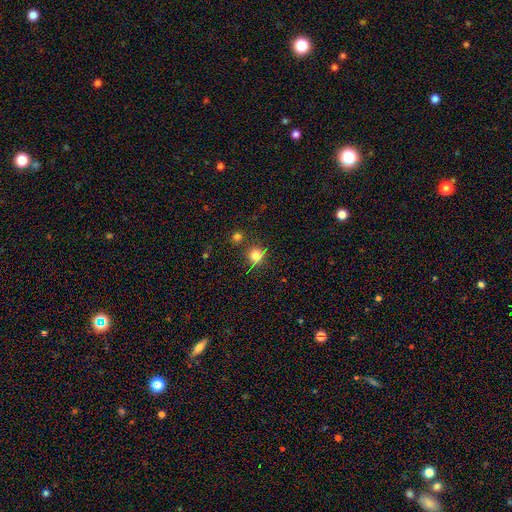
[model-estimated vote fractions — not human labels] A smooth galaxy with no disk features (75%) that is round (86%). Merging: none (73%).